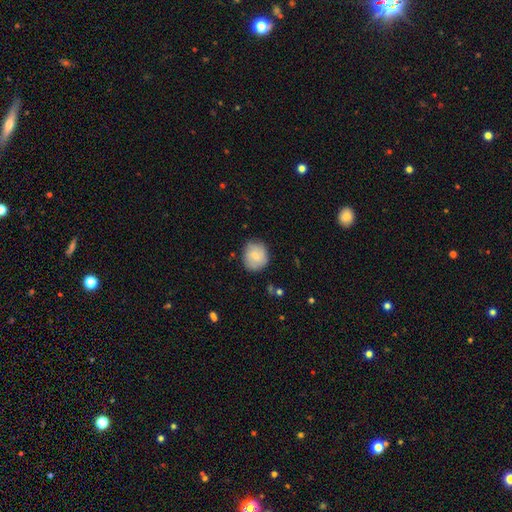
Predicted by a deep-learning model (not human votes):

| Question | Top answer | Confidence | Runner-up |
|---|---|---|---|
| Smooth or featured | smooth | 74% | featured or disk (19%) |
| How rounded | round | 82% | in between (17%) |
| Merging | none | 79% | minor disturbance (16%) |